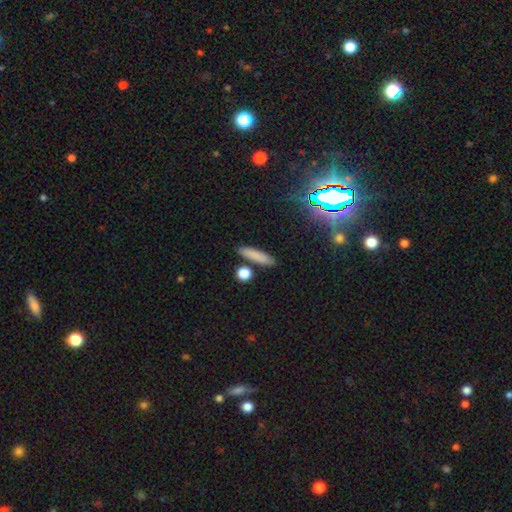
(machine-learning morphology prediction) This appears to be a smooth galaxy with no disk features (80%) that is cigar-shaped (77%). Merging: none (84%).